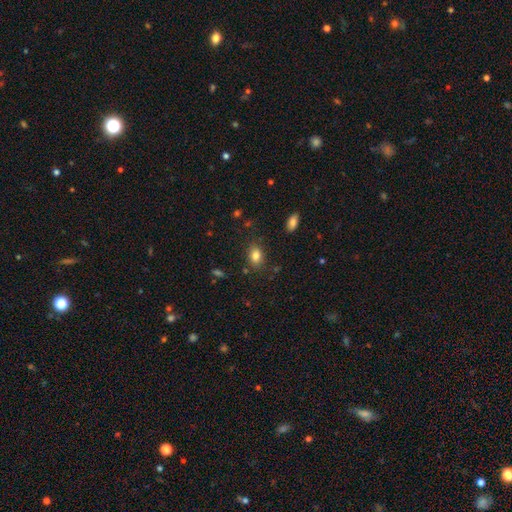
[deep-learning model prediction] Q: Smooth or featured?
A: smooth (82%); runner-up: star or artifact (10%)
Q: How rounded?
A: in between (72%); runner-up: round (27%)
Q: Merging?
A: none (82%); runner-up: minor disturbance (12%)